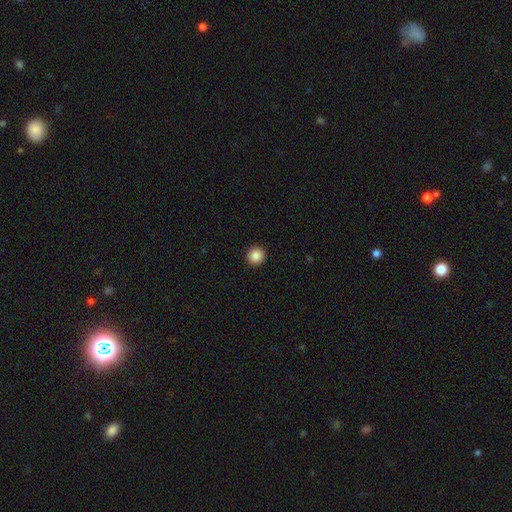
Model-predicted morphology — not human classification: smooth_or_featured: smooth (p=0.87) [alt: star or artifact p=0.10]
how_rounded: round (p=0.94) [alt: in between p=0.05]
merging: none (p=0.93) [alt: minor disturbance p=0.04]